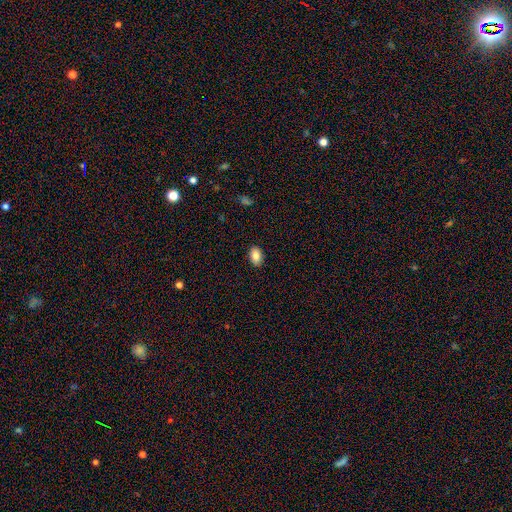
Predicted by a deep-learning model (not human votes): A smooth galaxy with no disk features (85%) that is in between round and cigar-shaped (89%).

Vote fractions:
- Smooth or featured? smooth: 85% / star or artifact: 8% / featured or disk: 7%
- How rounded? in between: 89% / round: 10% / cigar-shaped: 1%
- Merging? none: 89% / minor disturbance: 8% / major disturbance: 2% / merger: 1%